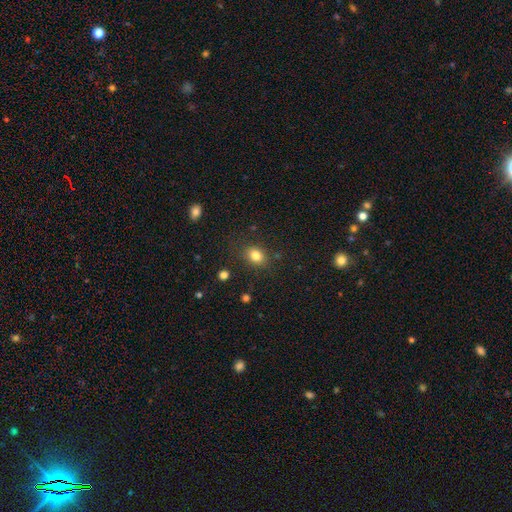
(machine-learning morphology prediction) Smooth or featured: smooth — 82% (star or artifact — 11%)
How rounded: in between — 56% (round — 43%)
Merging: none — 81% (minor disturbance — 13%)